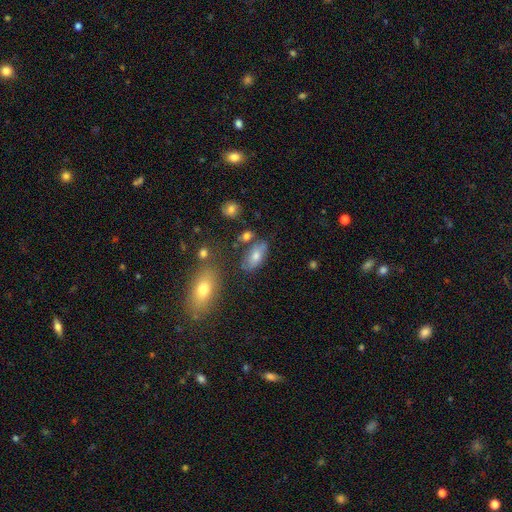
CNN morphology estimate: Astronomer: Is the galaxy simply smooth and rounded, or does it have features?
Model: smooth — 65%.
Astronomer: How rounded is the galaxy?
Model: in between — 88%.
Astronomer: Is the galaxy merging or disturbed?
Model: none — 66%.